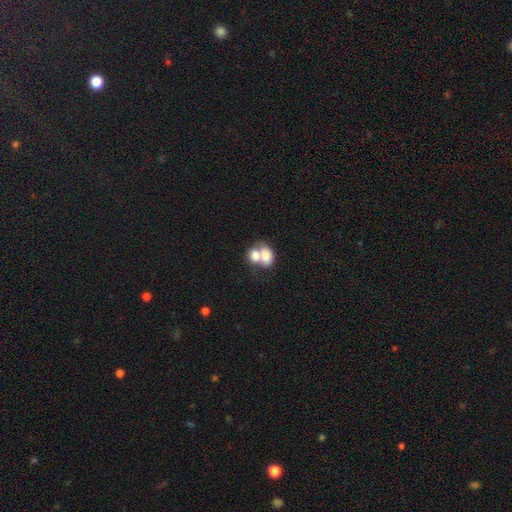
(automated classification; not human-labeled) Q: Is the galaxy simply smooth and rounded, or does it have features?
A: smooth — 73%.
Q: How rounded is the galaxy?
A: in between — 70%.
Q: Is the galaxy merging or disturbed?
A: merger — 70%.